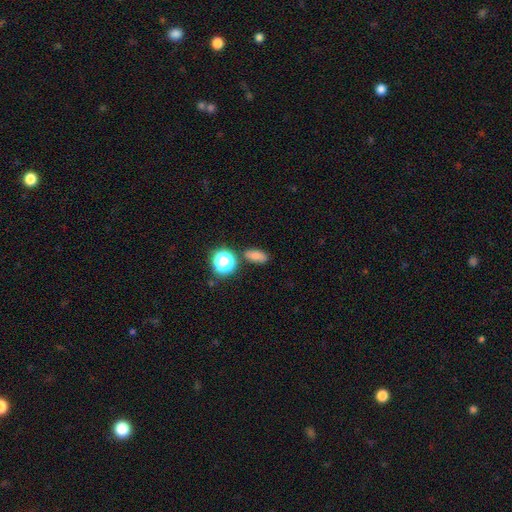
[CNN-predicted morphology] smooth 74%, star or artifact 18%, featured or disk 8%. Down the decision tree: how rounded — in between (77%); merging — none (79%).